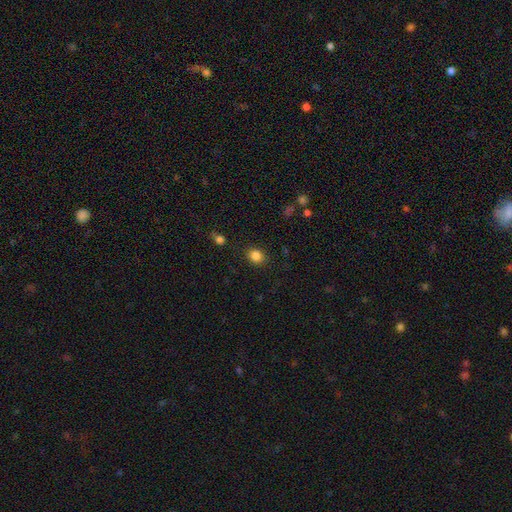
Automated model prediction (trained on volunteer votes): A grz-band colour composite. It shows a smooth galaxy with no disk features (85%) that is round (70%). Merging: none (87%).